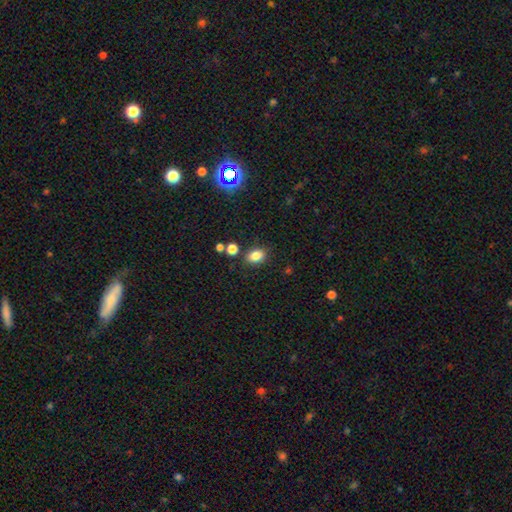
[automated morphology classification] The model was most divided on "how rounded": in between: 75%, round: 23%, cigar-shaped: 1%. More confident: smooth or featured — smooth (82%); merging — none (80%).